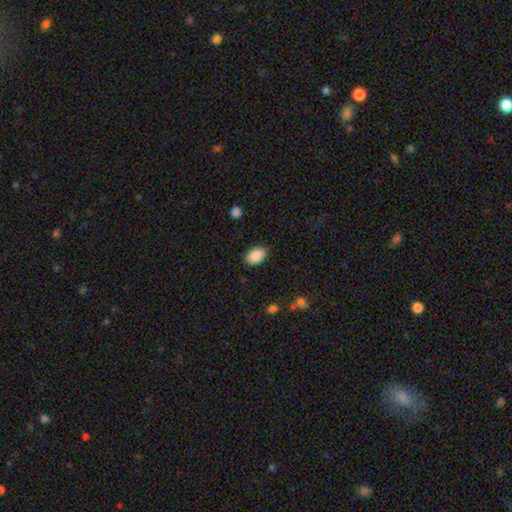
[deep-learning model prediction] smooth-or-featured: smooth: 90% | star or artifact: 7% | featured or disk: 4%
  how-rounded: in between: 86% | round: 13% | cigar-shaped: 1%
  merging: none: 86% | minor disturbance: 10% | major disturbance: 3% | merger: 1%